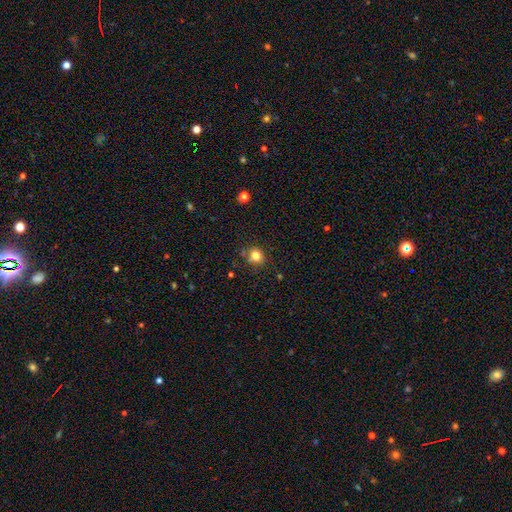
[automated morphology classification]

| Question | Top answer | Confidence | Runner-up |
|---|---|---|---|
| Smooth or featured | smooth | 81% | star or artifact (13%) |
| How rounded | round | 78% | in between (21%) |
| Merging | none | 76% | minor disturbance (14%) |